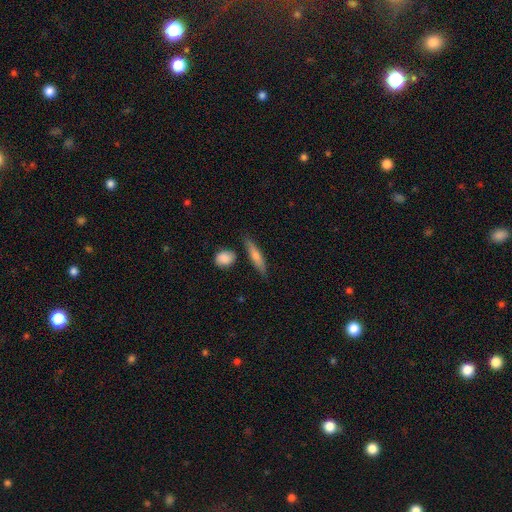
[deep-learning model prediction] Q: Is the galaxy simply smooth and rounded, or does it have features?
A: smooth — 48%.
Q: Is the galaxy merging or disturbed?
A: none — 82%.